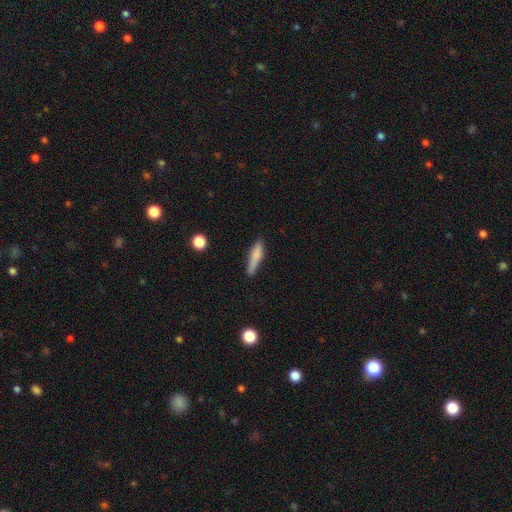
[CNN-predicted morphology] Smooth or featured?
  - smooth: 73% *
  - featured or disk: 20%
  - star or artifact: 7%
How rounded?
  - cigar-shaped: 82% *
  - in between: 16%
  - round: 2%
Merging?
  - none: 68% *
  - minor disturbance: 22%
  - major disturbance: 5%
  - merger: 4%